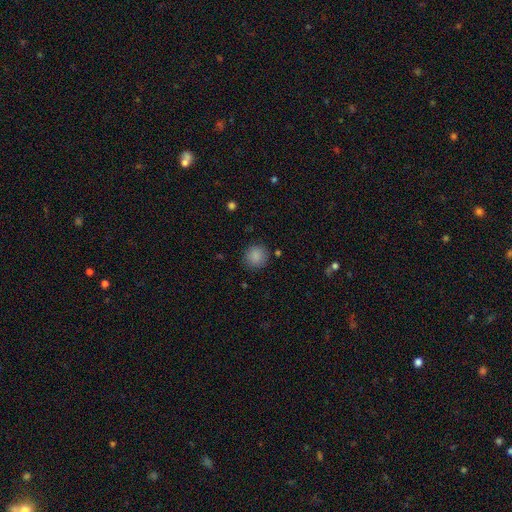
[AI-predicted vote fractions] Smooth or featured: smooth — 87% (star or artifact — 9%)
How rounded: round — 92% (in between — 7%)
Merging: none — 88% (minor disturbance — 8%)